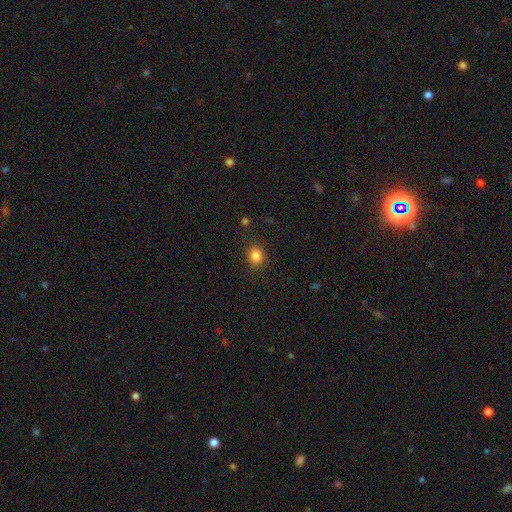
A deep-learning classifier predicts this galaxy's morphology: Smooth or featured?
  - smooth: 84% *
  - star or artifact: 12%
  - featured or disk: 4%
How rounded?
  - round: 71% *
  - in between: 28%
  - cigar-shaped: 1%
Merging?
  - none: 87% *
  - minor disturbance: 9%
  - major disturbance: 3%
  - merger: 2%